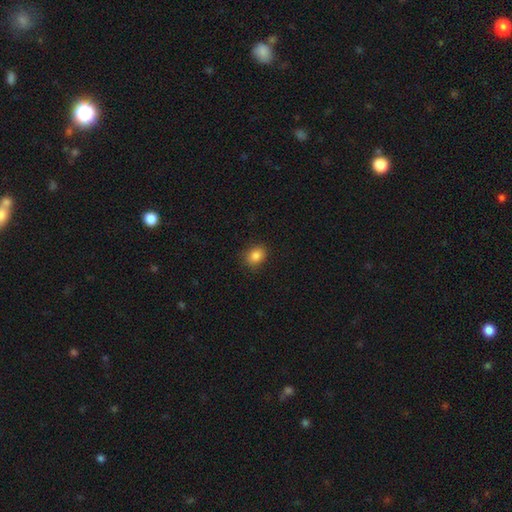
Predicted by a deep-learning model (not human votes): Smooth or featured: smooth — 85% (star or artifact — 10%)
How rounded: in between — 52% (round — 47%)
Merging: none — 87% (minor disturbance — 10%)